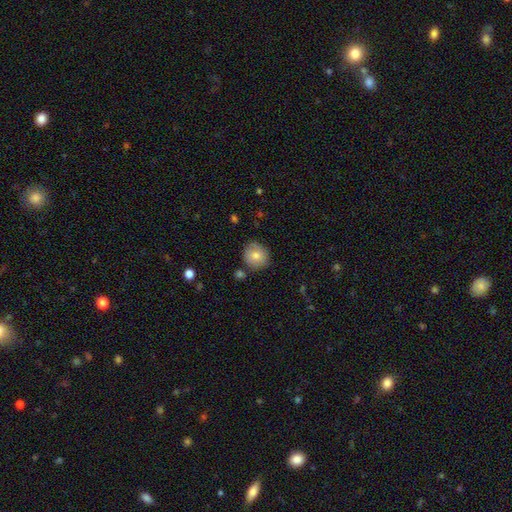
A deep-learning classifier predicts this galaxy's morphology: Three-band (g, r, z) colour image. It shows a smooth galaxy with no disk features (77%) that is round (85%). Merging: none (79%).